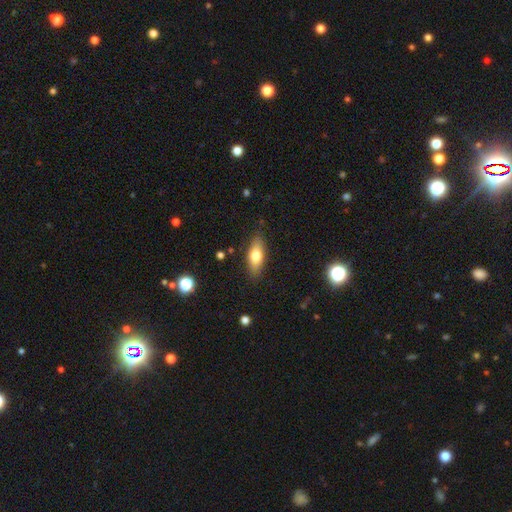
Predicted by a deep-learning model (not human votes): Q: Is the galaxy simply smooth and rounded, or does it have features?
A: smooth — 72%.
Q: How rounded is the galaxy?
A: in between — 73%.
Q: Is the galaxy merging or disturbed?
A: none — 85%.